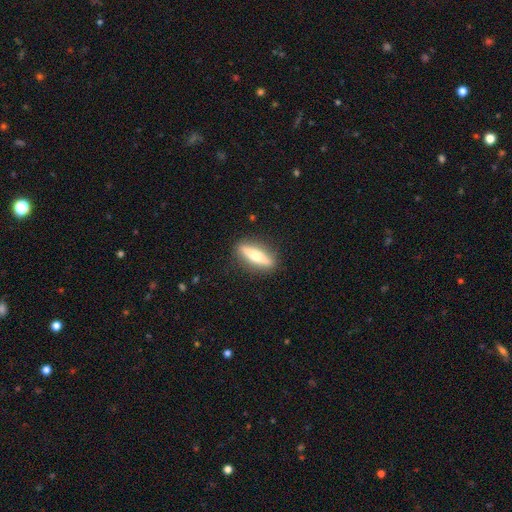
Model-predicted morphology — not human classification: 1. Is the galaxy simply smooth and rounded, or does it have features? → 51% featured or disk, 43% smooth, 6% star or artifact.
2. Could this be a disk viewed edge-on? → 91% yes, 9% no.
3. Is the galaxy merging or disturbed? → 89% none, 7% minor disturbance, 2% major disturbance, 1% merger.